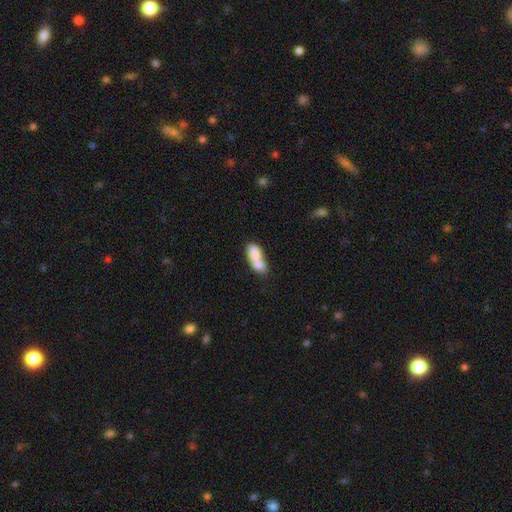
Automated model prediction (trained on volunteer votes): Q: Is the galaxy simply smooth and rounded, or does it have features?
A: smooth — 70%.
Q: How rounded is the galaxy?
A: in between — 75%.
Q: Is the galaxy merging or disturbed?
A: merger — 66%.